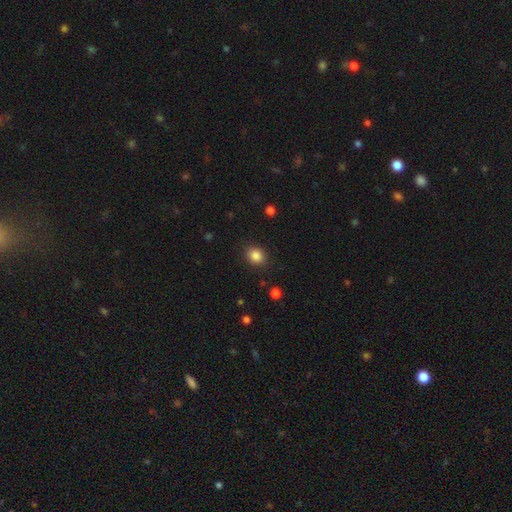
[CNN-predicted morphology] Smooth or featured? Predicted: smooth (p=0.86). How rounded? Predicted: round (p=0.60). Merging? Predicted: none (p=0.87).